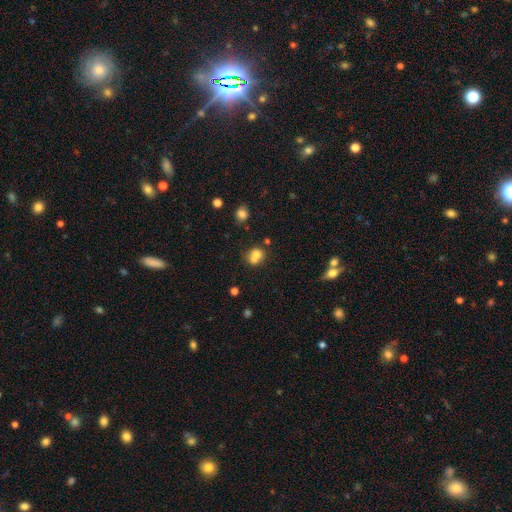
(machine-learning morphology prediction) type=smooth (71%); roundness=round (66%); merging=merger (57%).